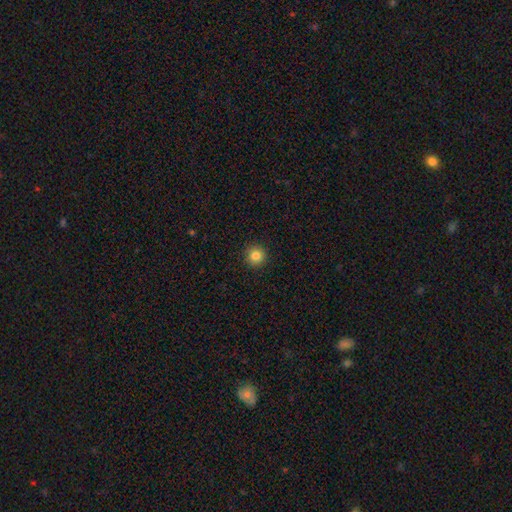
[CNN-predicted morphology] Smooth or featured? smooth (84%)
How rounded? round (95%)
Merging? none (92%)